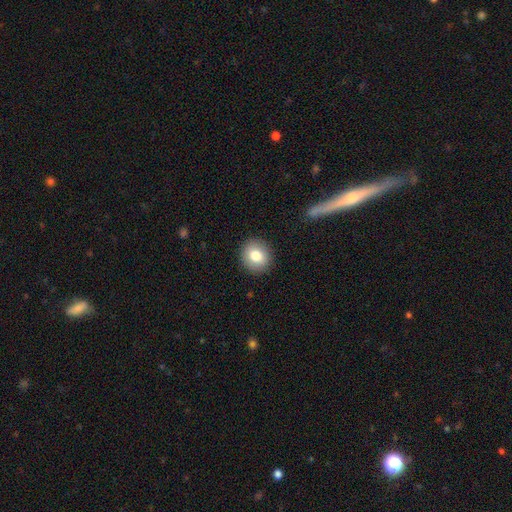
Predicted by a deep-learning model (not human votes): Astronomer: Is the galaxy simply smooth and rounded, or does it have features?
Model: smooth — 80%.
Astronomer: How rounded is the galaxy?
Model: round — 81%.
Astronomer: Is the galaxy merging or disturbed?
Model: none — 91%.